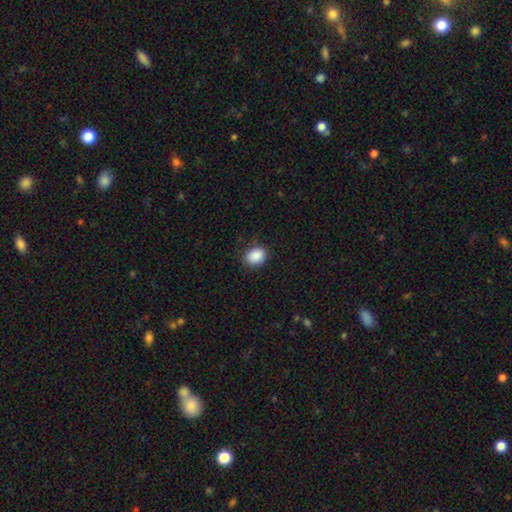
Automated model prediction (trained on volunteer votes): Morphology: type=smooth (89%); roundness=in between (56%); merging=none (83%).